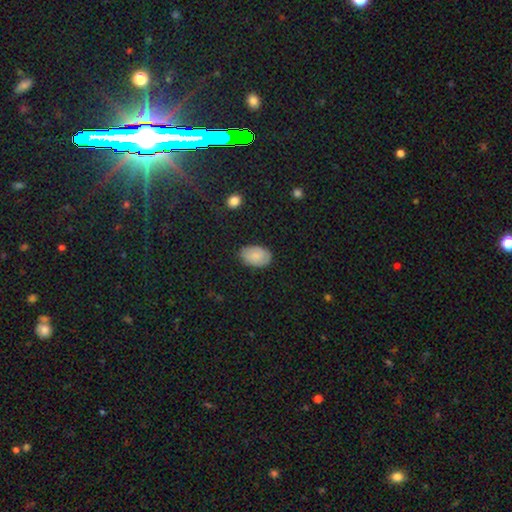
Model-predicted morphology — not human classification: Smooth or featured?
  - smooth: 86% *
  - star or artifact: 7%
  - featured or disk: 7%
How rounded?
  - in between: 90% *
  - round: 8%
  - cigar-shaped: 1%
Merging?
  - none: 83% *
  - minor disturbance: 13%
  - major disturbance: 3%
  - merger: 1%